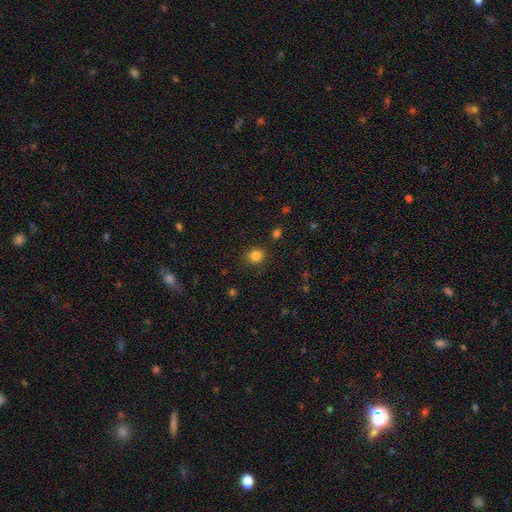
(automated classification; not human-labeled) This is clearly a smooth galaxy (83%). How rounded: likely round (79%). Merging: clearly none (86%).